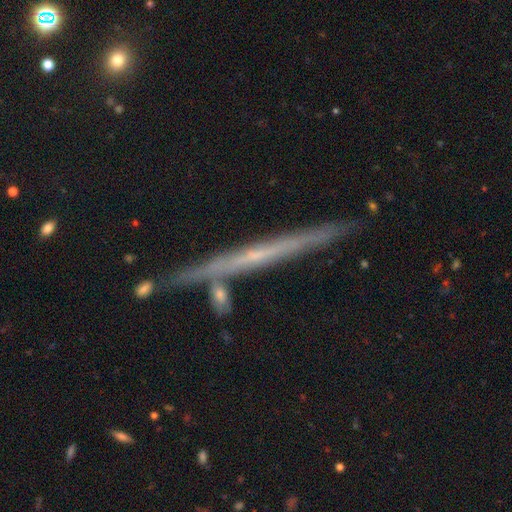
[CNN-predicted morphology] A featured or disk galaxy (69%) viewed edge-on (96%) with no central bulge (76%).

Vote fractions:
- Smooth or featured? featured or disk: 69% / smooth: 21% / star or artifact: 10%
- Edge-on disk? yes: 96% / no: 4%
- Edge-on bulge? none: 76% / rounded: 19% / boxy: 4%
- Merging? none: 85% / minor disturbance: 10% / merger: 3% / major disturbance: 2%